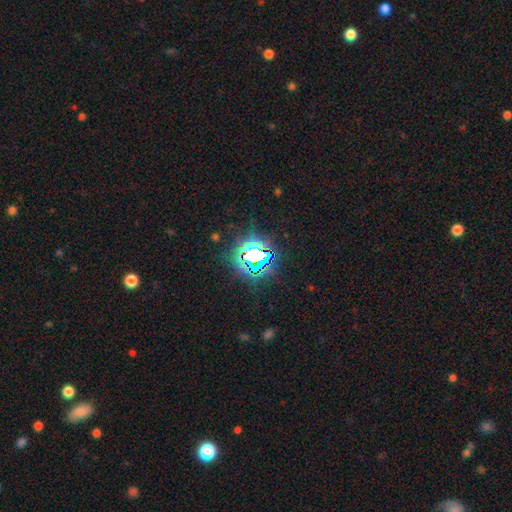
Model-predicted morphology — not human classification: The model was most divided on "smooth or featured": star or artifact: 78%, smooth: 13%, featured or disk: 9%.